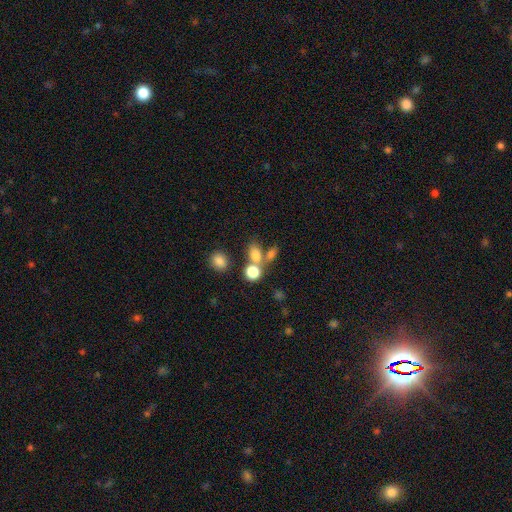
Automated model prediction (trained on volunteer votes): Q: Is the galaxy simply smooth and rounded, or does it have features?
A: smooth — 77%.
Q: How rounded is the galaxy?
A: in between — 59%.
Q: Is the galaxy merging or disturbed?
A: none — 43%.